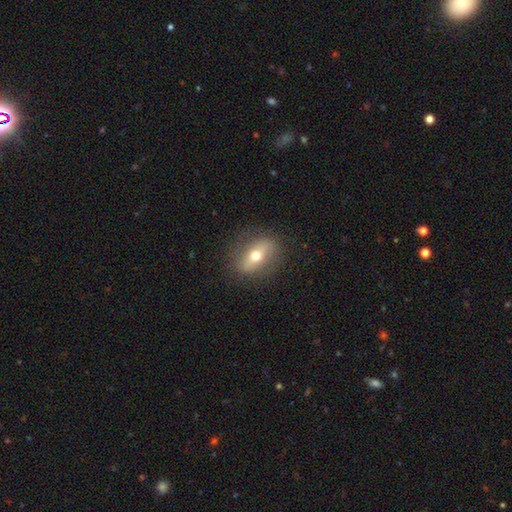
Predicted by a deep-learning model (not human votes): This is possibly a smooth galaxy (47%). Merging: clearly none (82%).